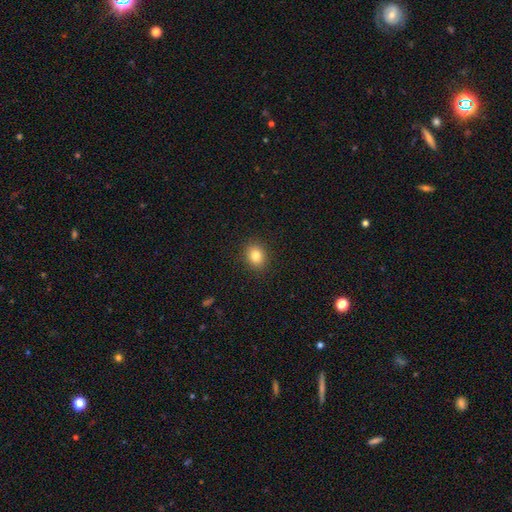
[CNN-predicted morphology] A smooth galaxy with no disk features (83%) that is round (62%). Merging: none (90%).